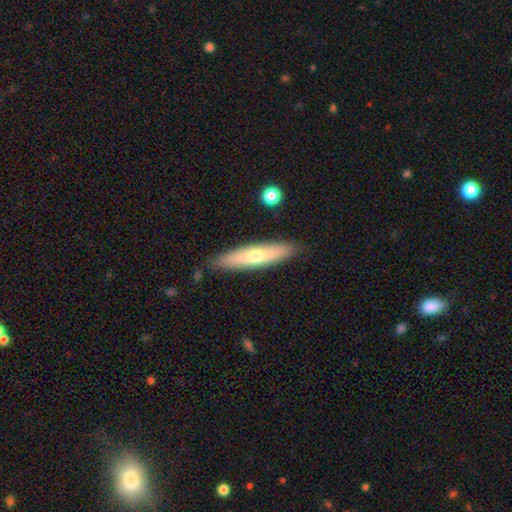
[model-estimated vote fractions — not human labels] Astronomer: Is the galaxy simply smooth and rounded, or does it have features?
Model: smooth — 54% (runner-up: featured or disk, 40%).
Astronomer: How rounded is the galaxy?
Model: cigar-shaped — 78%.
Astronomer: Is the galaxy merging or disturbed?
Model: none — 86%.